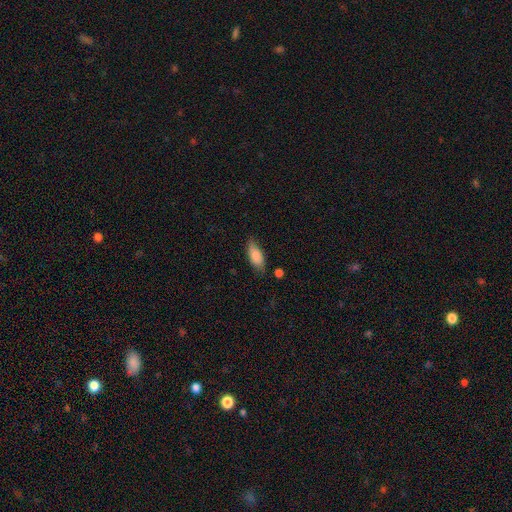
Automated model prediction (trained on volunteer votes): A smooth galaxy with no disk features (83%) that is in between round and cigar-shaped (79%).

Vote fractions:
- Smooth or featured? smooth: 83% / featured or disk: 10% / star or artifact: 6%
- How rounded? in between: 79% / cigar-shaped: 19% / round: 2%
- Merging? none: 76% / minor disturbance: 18% / major disturbance: 4% / merger: 3%